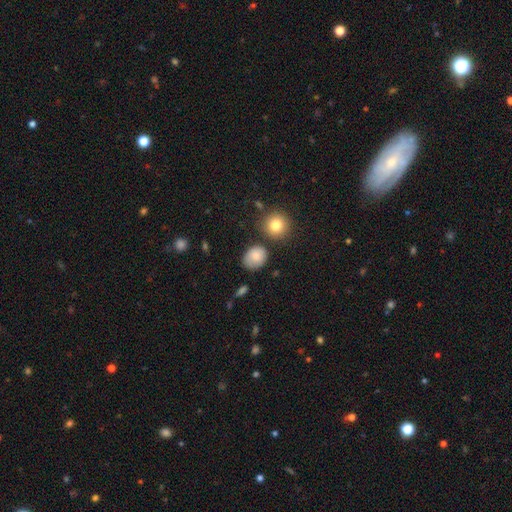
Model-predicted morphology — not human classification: Smooth or featured? smooth (82%)
How rounded? round (59%)
Merging? none (70%)